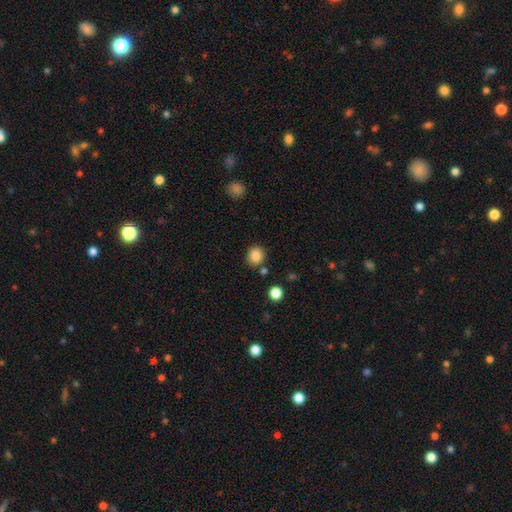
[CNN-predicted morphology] Smooth or featured: smooth — 86% (star or artifact — 10%)
How rounded: round — 83% (in between — 16%)
Merging: none — 85% (minor disturbance — 8%)